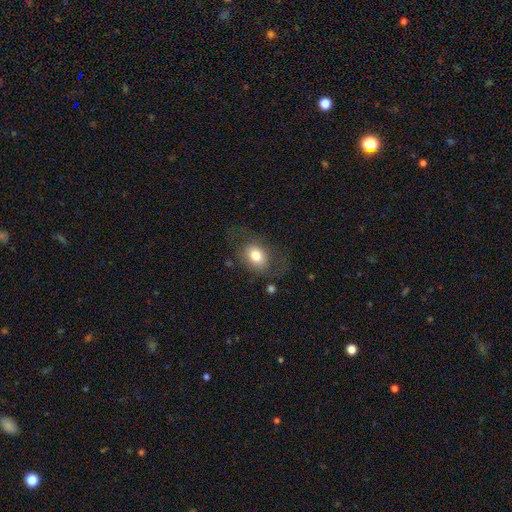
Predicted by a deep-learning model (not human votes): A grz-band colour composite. It shows a smooth galaxy with no disk features (73%) that is in between round and cigar-shaped (66%). Merging: none (59%).